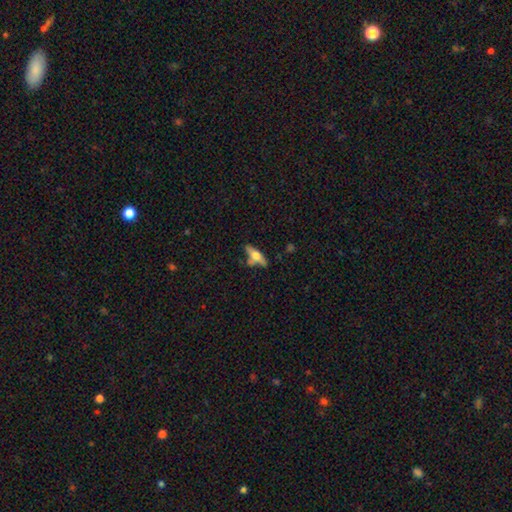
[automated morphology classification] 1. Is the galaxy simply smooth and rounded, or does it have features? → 49% featured or disk, 44% smooth, 7% star or artifact.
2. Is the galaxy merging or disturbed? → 57% none, 19% minor disturbance, 15% merger, 8% major disturbance.